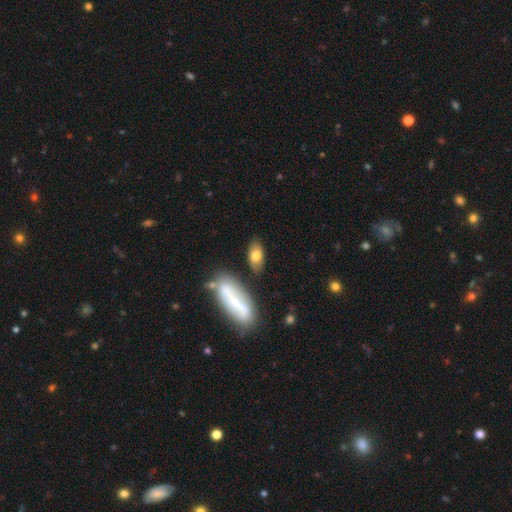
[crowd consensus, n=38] Smooth or featured? smooth (84%)
How rounded? in between (91%)
Merging? none (85%)